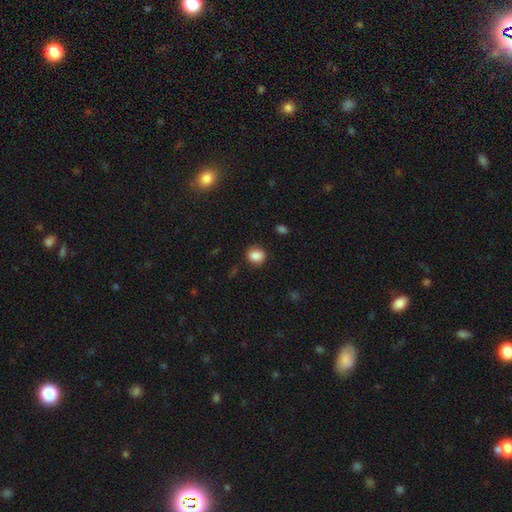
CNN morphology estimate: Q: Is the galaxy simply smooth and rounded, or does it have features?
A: smooth — 87%.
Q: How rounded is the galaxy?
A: round — 62%.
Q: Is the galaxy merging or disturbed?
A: none — 83%.